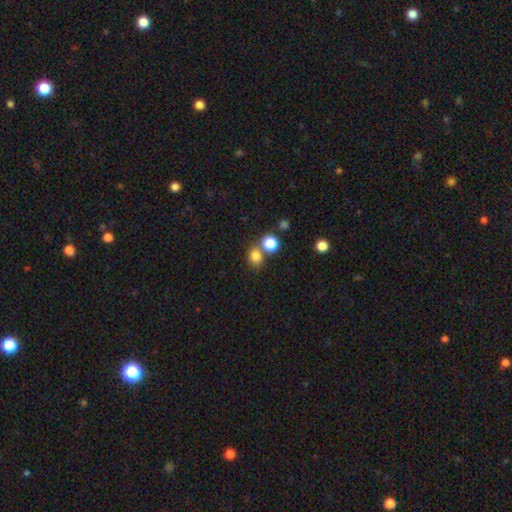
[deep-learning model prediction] The model was most divided on "merging": none: 60%, merger: 28%, minor disturbance: 9%, major disturbance: 4%. More confident: smooth or featured — smooth (79%); how rounded — round (69%).